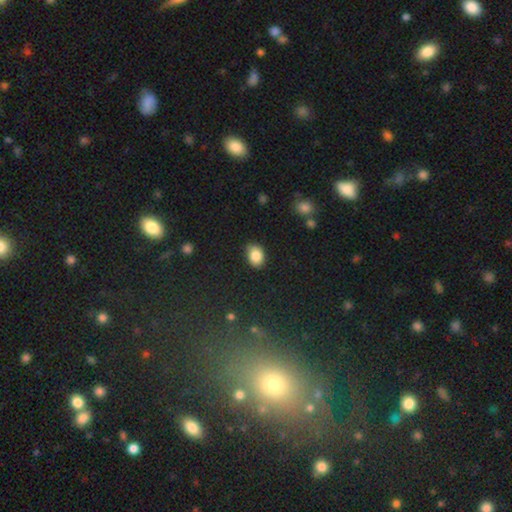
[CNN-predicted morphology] Overall: smooth (85%). How rounded: in between (73%). Merging: none (77%).